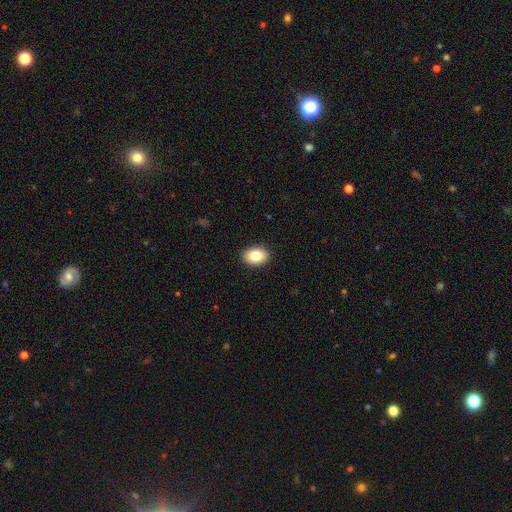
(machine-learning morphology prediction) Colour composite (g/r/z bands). It shows a smooth galaxy with no disk features (83%) that is in between round and cigar-shaped (80%). Merging: none (90%).